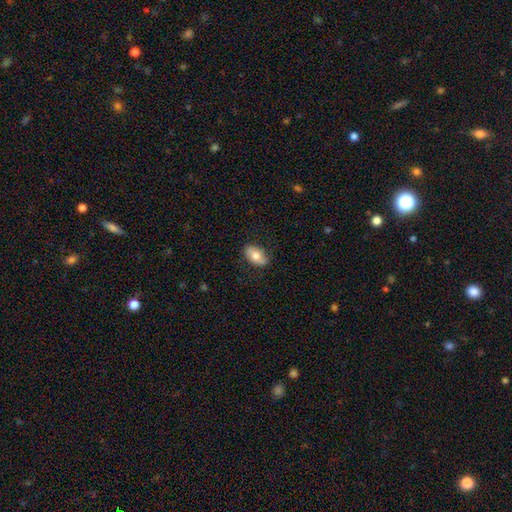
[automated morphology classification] Smooth or featured? smooth (70%)
How rounded? in between (89%)
Merging? none (80%)